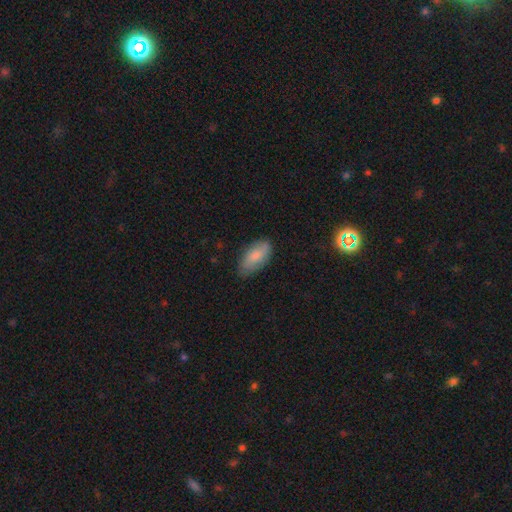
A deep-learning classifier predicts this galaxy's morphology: smooth 76%, featured or disk 17%, star or artifact 6%. Down the decision tree: how rounded — in between (92%); merging — none (73%).